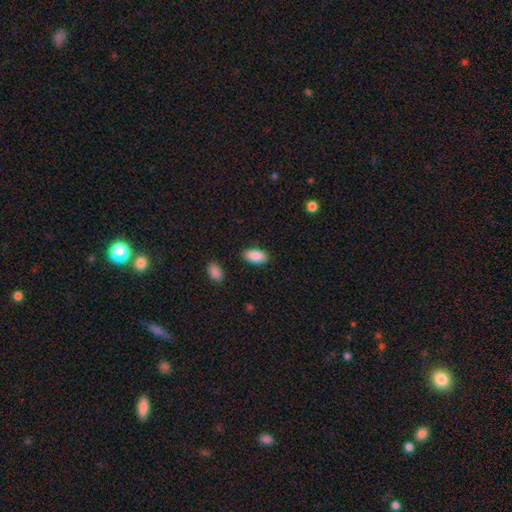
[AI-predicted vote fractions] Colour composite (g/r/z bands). It shows a smooth galaxy with no disk features (89%) that is in between round and cigar-shaped (94%). Merging: none (85%).